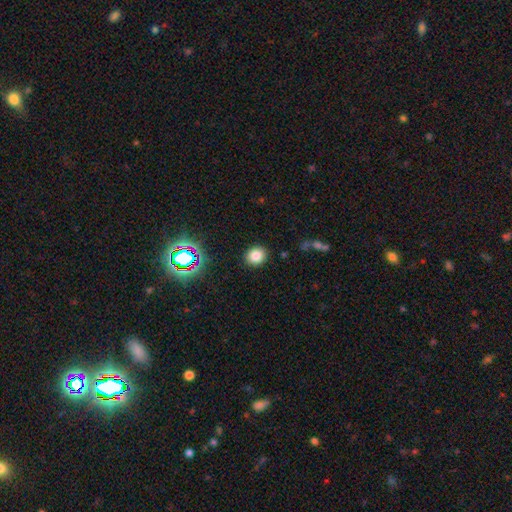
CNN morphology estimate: This appears to be a smooth galaxy with no disk features (80%) that is round (76%). Merging: none (89%).